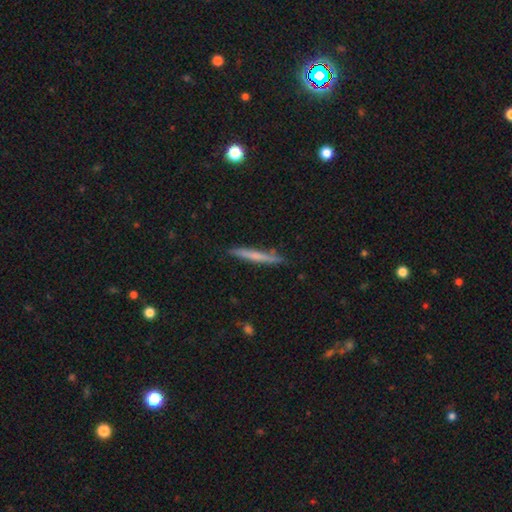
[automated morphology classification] Smooth or featured: smooth — 57% (featured or disk — 37%)
How rounded: cigar-shaped — 96% (in between — 3%)
Merging: none — 85% (minor disturbance — 11%)